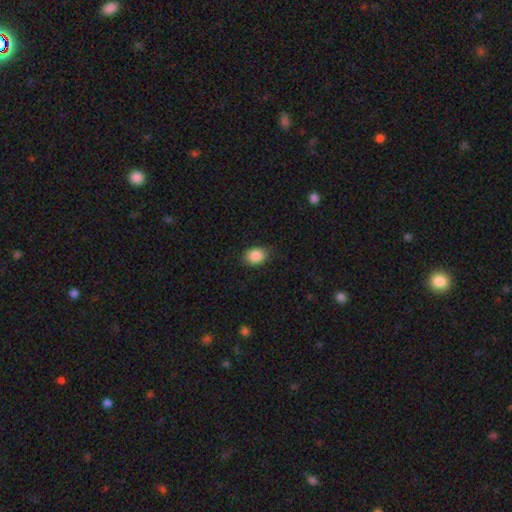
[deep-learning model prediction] A smooth galaxy with no disk features (87%) that is in between round and cigar-shaped (56%). Merging: none (84%).